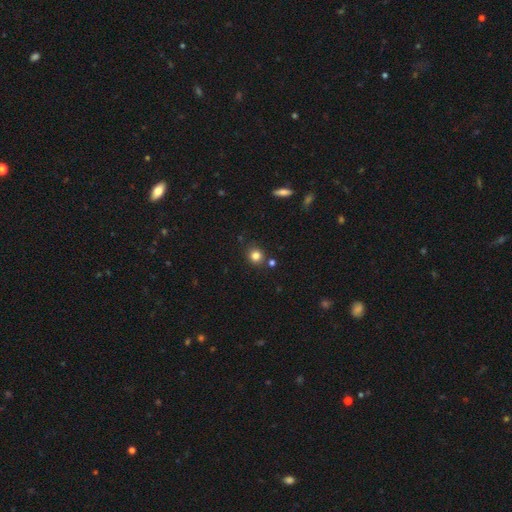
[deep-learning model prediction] This appears to be a smooth galaxy with no disk features (82%) that is round (87%). Merging: none (82%).